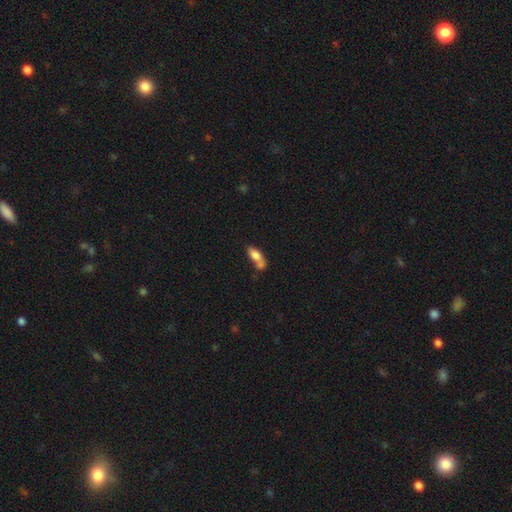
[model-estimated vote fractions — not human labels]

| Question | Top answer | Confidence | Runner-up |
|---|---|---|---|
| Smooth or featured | smooth | 75% | featured or disk (17%) |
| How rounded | in between | 80% | cigar-shaped (15%) |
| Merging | merger | 46% | none (28%) |